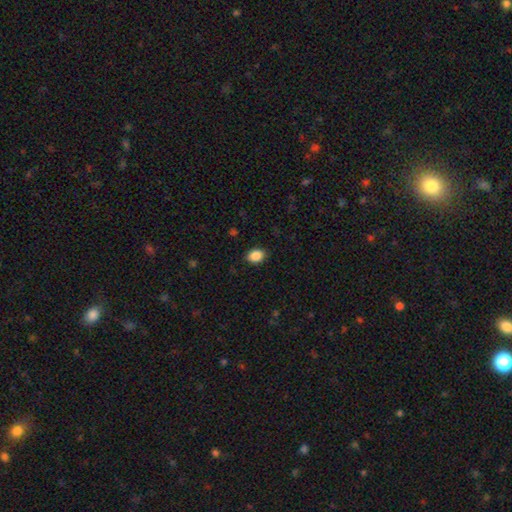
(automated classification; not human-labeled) Smooth or featured? Predicted: smooth (p=0.88). How rounded? Predicted: in between (p=0.66). Merging? Predicted: none (p=0.87).